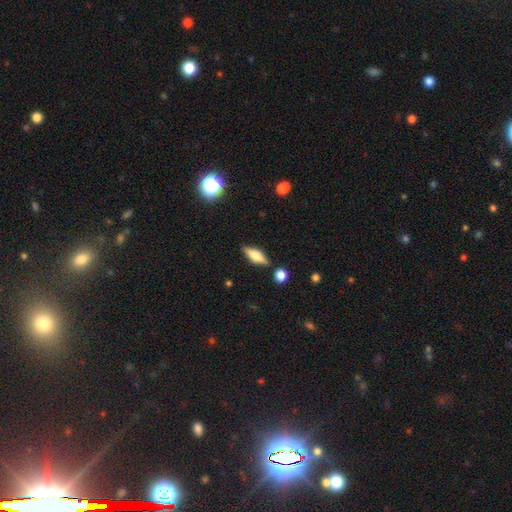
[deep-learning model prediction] Q: Smooth or featured?
A: featured or disk (49%); runner-up: smooth (43%)
Q: Merging?
A: none (84%); runner-up: minor disturbance (10%)